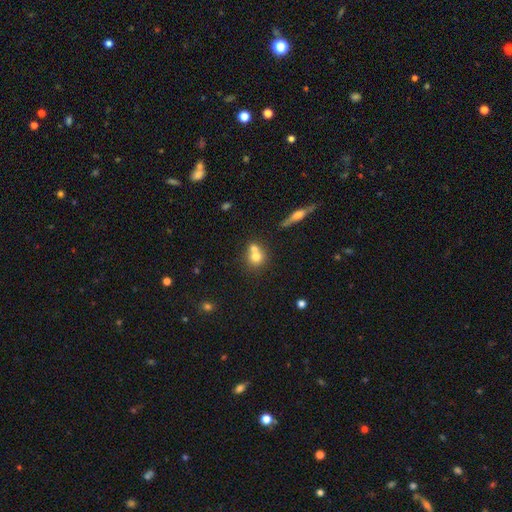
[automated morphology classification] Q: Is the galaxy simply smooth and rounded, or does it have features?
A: smooth — 70%.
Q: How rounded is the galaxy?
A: round — 81%.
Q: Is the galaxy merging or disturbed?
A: merger — 54%.